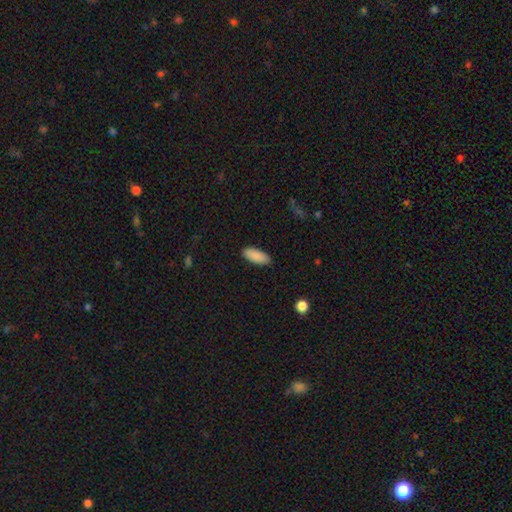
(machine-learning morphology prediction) A smooth galaxy with no disk features (90%) that is in between round and cigar-shaped (82%).

Vote fractions:
- Smooth or featured? smooth: 90% / star or artifact: 6% / featured or disk: 4%
- How rounded? in between: 82% / cigar-shaped: 16% / round: 2%
- Merging? none: 87% / minor disturbance: 10% / major disturbance: 2% / merger: 1%